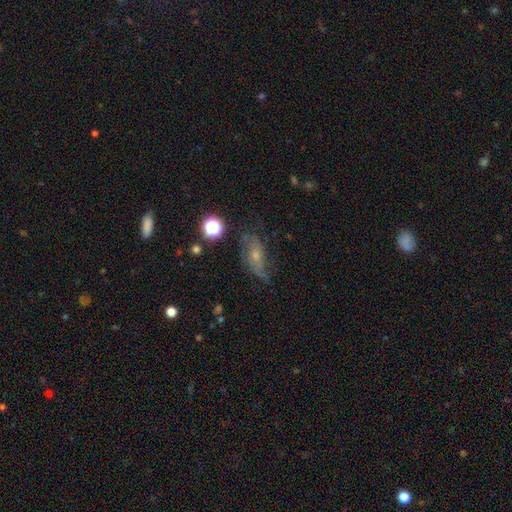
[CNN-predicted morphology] A featured or disk galaxy (56%).

Vote fractions:
- Smooth or featured? featured or disk: 56% / smooth: 28% / star or artifact: 16%
- Edge-on disk? no: 88% / yes: 12%
- Merging? none: 52% / minor disturbance: 26% / major disturbance: 18% / merger: 3%